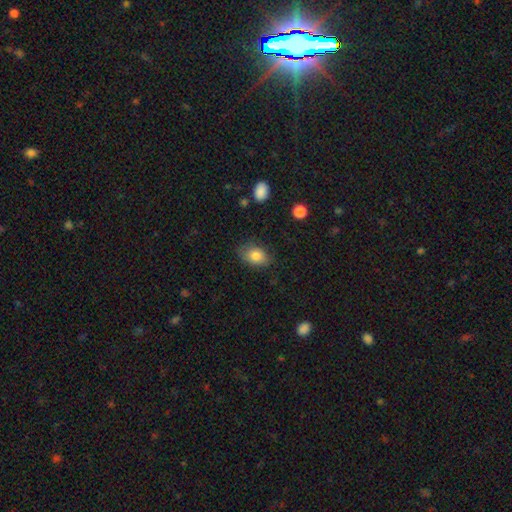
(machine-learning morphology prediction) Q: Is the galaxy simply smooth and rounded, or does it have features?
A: smooth — 82%.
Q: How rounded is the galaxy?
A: in between — 81%.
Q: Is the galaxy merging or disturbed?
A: none — 75%.